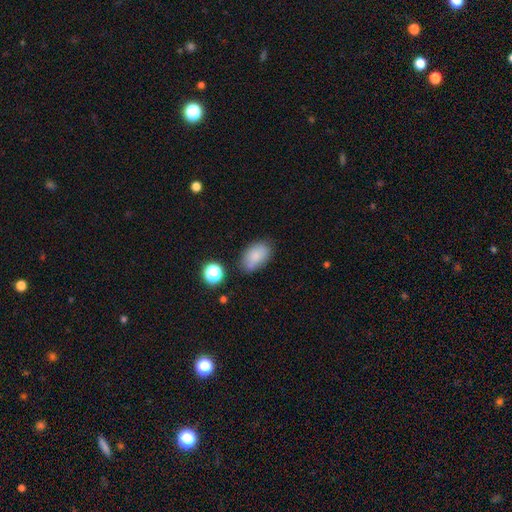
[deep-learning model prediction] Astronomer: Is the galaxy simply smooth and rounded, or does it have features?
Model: smooth — 81%.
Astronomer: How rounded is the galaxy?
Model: in between — 89%.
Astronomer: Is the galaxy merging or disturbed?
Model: none — 69%.